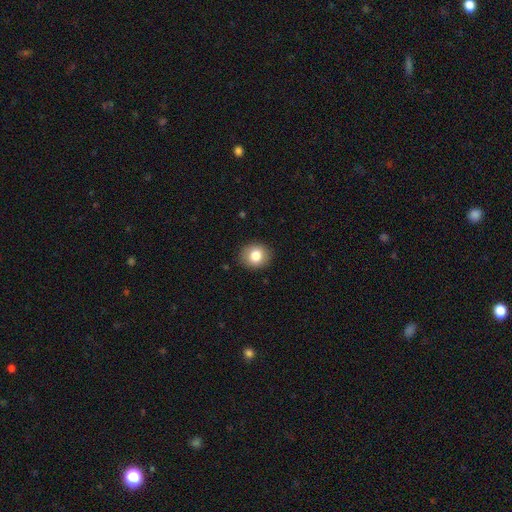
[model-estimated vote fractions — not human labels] Q: Smooth or featured?
A: smooth (82%); runner-up: star or artifact (9%)
Q: How rounded?
A: round (75%); runner-up: in between (25%)
Q: Merging?
A: none (89%); runner-up: minor disturbance (8%)